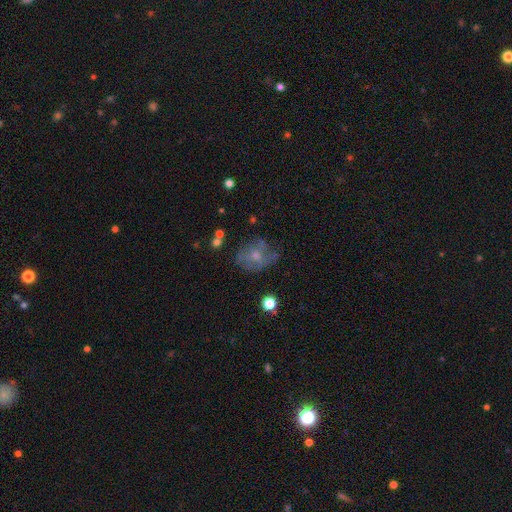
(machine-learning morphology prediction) Overall: smooth (44%; featured or disk 43%). Merging: none (48%; minor disturbance 26%).